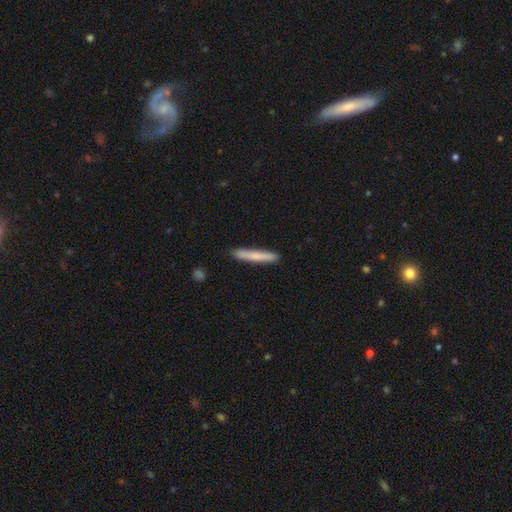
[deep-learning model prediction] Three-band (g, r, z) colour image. It shows a smooth galaxy with no disk features (75%) that is cigar-shaped (95%). Merging: none (89%).